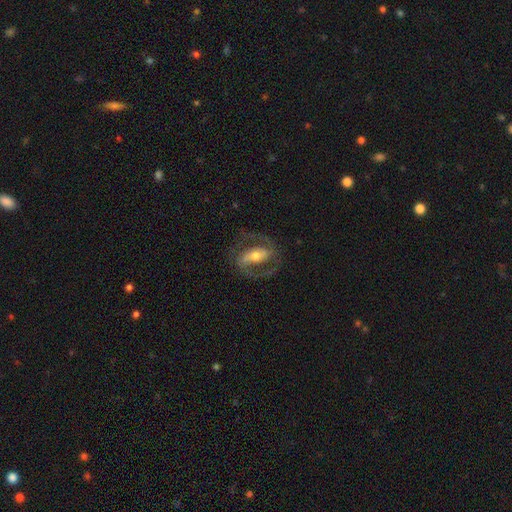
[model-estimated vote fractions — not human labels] A featured or disk galaxy (82%) with a strong bar (48%), 2 (89%) medium (56%) spiral arms (89%) and a moderate central bulge (60%).

Vote fractions:
- Smooth or featured? featured or disk: 82% / smooth: 13% / star or artifact: 5%
- Edge-on disk? no: 95% / yes: 5%
- Bar? strong: 48% / weak: 31% / no: 21%
- Spiral arms? yes: 89% / no: 11%
- Spiral winding? medium: 56% / tight: 24% / loose: 20%
- Spiral arm count? 2: 89% / can't tell: 5% / 1: 3% / 3: 1% / 4: 1% / more than 4: 1%
- Bulge size? moderate: 60% / small: 29% / large: 8% / none: 1% / dominant: 1%
- Merging? none: 73% / minor disturbance: 13% / major disturbance: 12% / merger: 1%